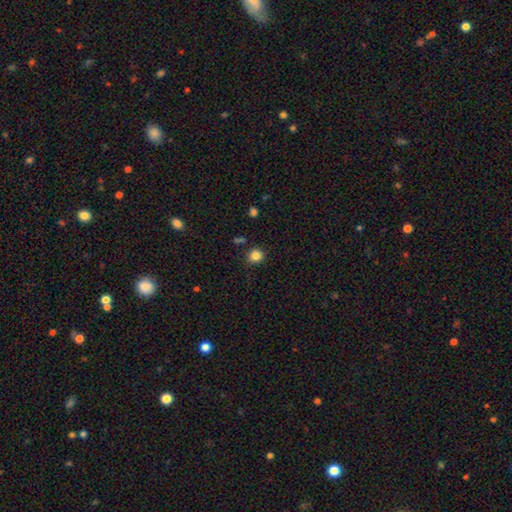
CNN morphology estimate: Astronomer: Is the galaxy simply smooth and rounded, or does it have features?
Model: smooth — 84%.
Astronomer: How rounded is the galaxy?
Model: round — 88%.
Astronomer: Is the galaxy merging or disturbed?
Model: none — 87%.